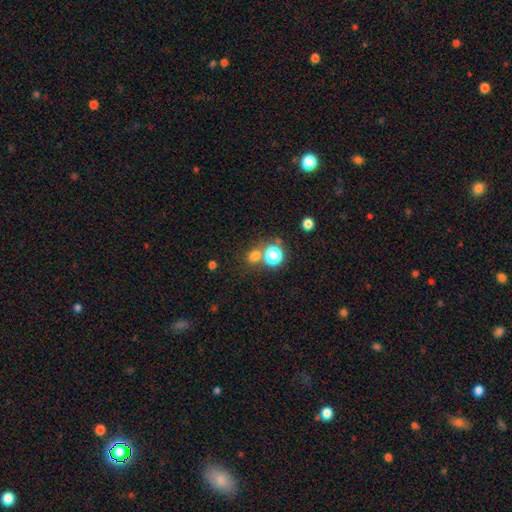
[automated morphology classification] The model was most divided on "merging": none: 61%, merger: 25%, minor disturbance: 9%, major disturbance: 5%. More confident: how rounded — round (74%); smooth or featured — smooth (66%).